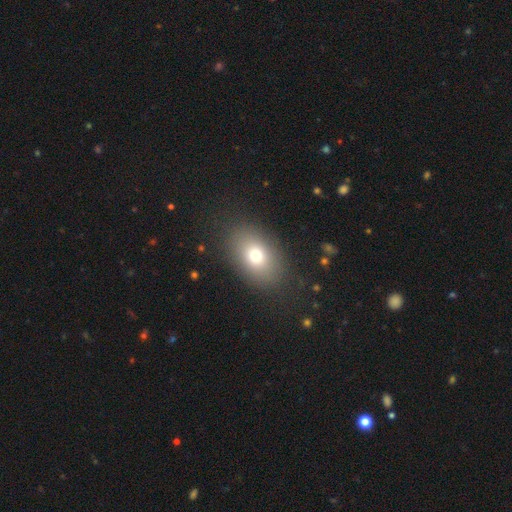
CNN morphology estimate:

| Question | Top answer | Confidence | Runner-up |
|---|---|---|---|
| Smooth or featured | smooth | 73% | featured or disk (14%) |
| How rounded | in between | 77% | round (22%) |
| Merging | none | 83% | minor disturbance (10%) |